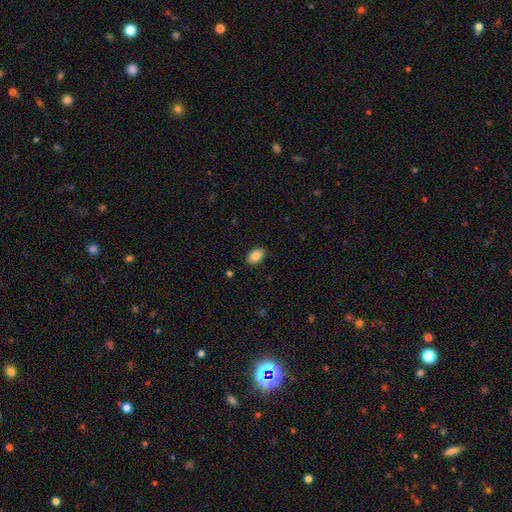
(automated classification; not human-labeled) The model was most divided on "smooth or featured": smooth: 85%, star or artifact: 8%, featured or disk: 7%. More confident: merging — none (88%); how rounded — in between (88%).